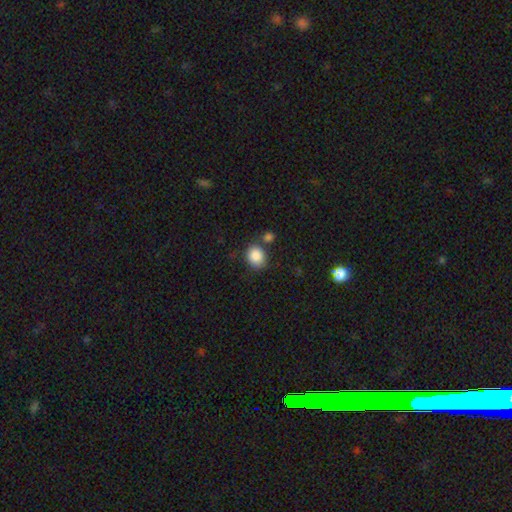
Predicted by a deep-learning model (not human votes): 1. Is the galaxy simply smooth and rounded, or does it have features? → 87% smooth, 9% star or artifact, 4% featured or disk.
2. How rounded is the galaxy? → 67% round, 32% in between, 1% cigar-shaped.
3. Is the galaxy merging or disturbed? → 70% none, 13% merger, 13% minor disturbance, 4% major disturbance.